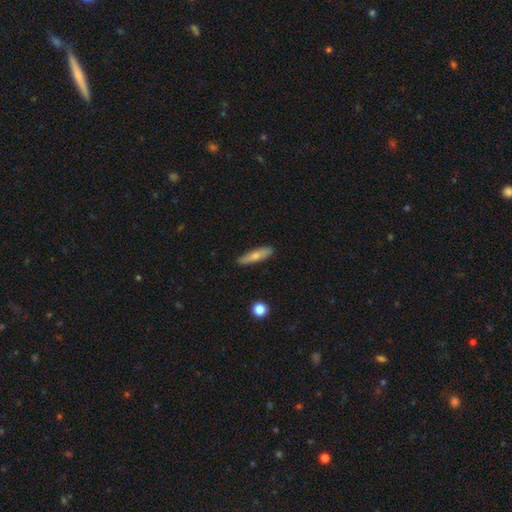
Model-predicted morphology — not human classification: smooth_or_featured: smooth (p=0.67) [alt: featured or disk p=0.27]
how_rounded: cigar-shaped (p=0.76) [alt: in between p=0.21]
merging: none (p=0.87) [alt: minor disturbance p=0.10]